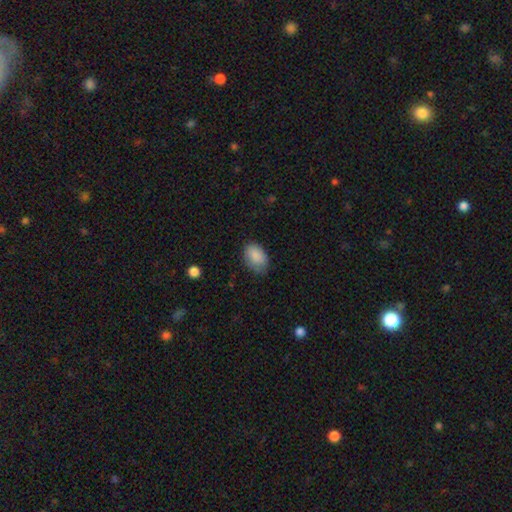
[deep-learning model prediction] Smooth or featured: smooth — 87% (star or artifact — 7%)
How rounded: in between — 85% (round — 14%)
Merging: none — 67% (minor disturbance — 27%)